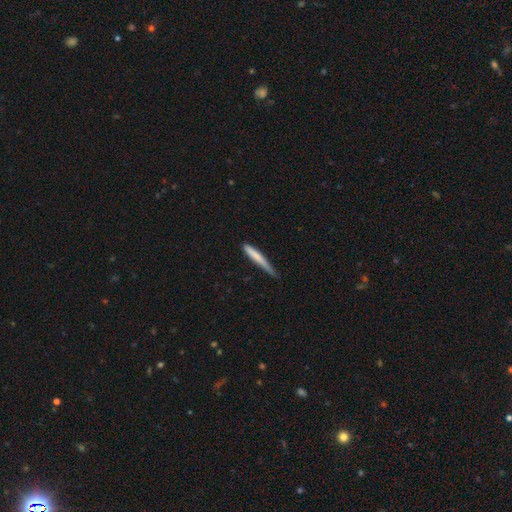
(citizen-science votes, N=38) Smooth or featured? smooth (71%)
How rounded? cigar-shaped (100%)
Merging? none (61%)